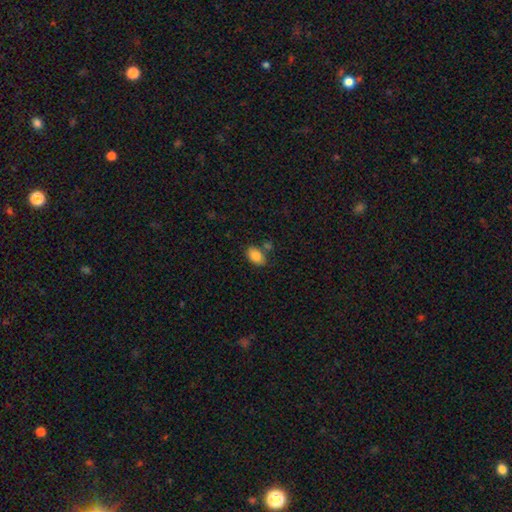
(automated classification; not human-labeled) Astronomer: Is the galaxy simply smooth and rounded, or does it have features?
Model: smooth — 85%.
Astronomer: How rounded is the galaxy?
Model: in between — 89%.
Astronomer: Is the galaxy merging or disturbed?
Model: none — 69%.